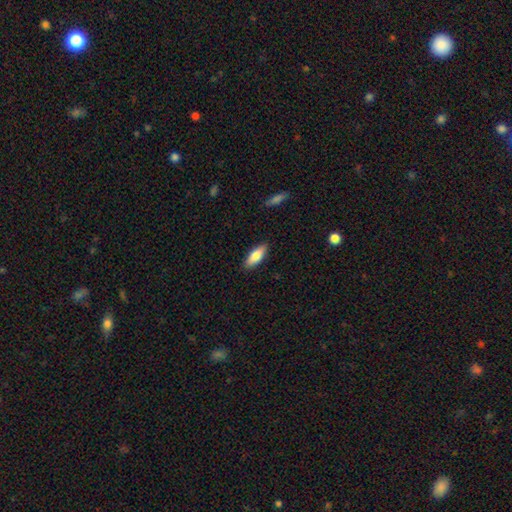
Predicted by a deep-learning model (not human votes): A smooth galaxy with no disk features (80%) that is in between round and cigar-shaped (72%). Merging: none (89%).